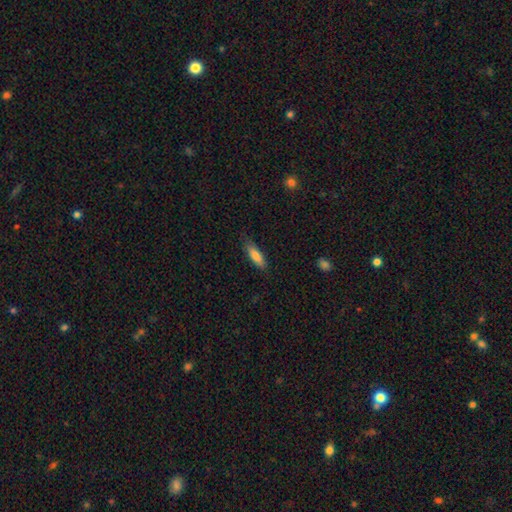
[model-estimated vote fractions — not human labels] A smooth galaxy with no disk features (80%) that is cigar-shaped (50%).

Vote fractions:
- Smooth or featured? smooth: 80% / featured or disk: 14% / star or artifact: 6%
- How rounded? cigar-shaped: 50% / in between: 48% / round: 2%
- Merging? none: 80% / minor disturbance: 16% / major disturbance: 3% / merger: 1%